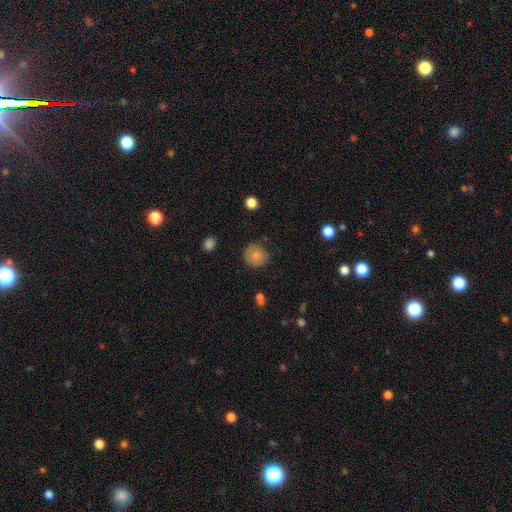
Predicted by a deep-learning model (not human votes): This is likely a smooth galaxy (80%). How rounded: clearly round (92%). Merging: clearly none (82%).